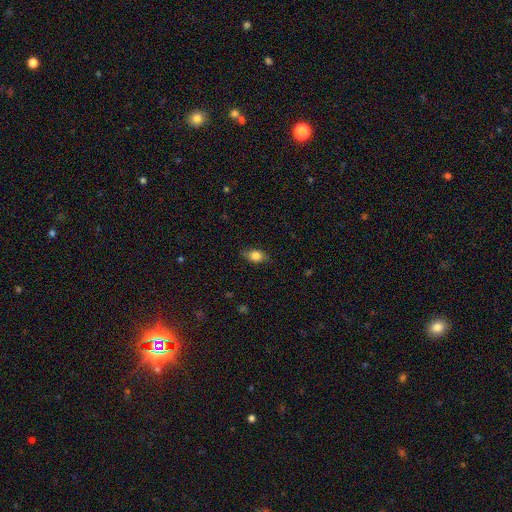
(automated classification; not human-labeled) smooth_or_featured: smooth (p=0.77) [alt: featured or disk p=0.14]
how_rounded: in between (p=0.75) [alt: round p=0.20]
merging: none (p=0.79) [alt: minor disturbance p=0.16]